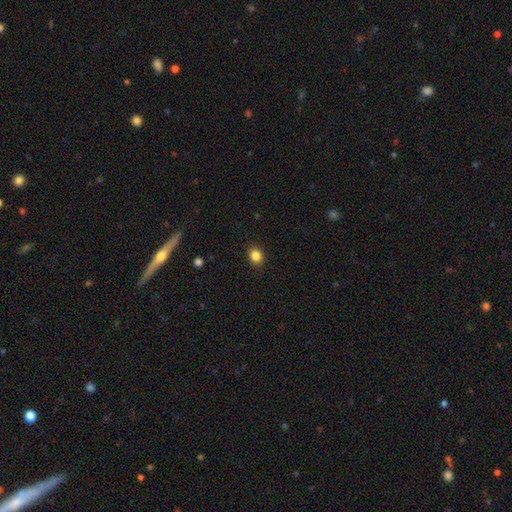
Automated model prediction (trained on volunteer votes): smooth_or_featured: smooth (p=0.84) [alt: star or artifact p=0.11]
how_rounded: round (p=0.66) [alt: in between p=0.34]
merging: none (p=0.90) [alt: minor disturbance p=0.07]